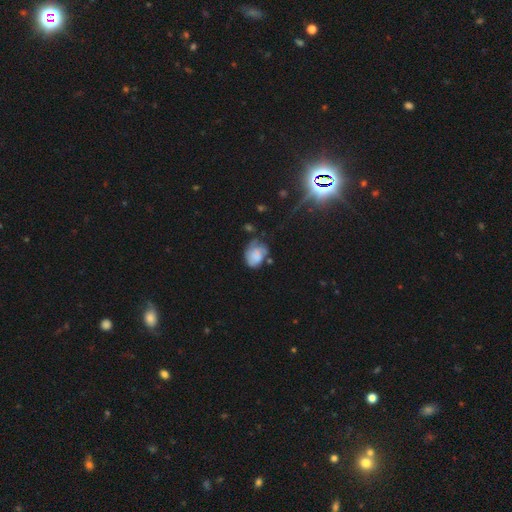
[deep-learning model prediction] The model was most divided on "merging": none: 41%, minor disturbance: 35%, major disturbance: 18%, merger: 7%. More confident: how rounded — in between (62%); smooth or featured — smooth (54%).